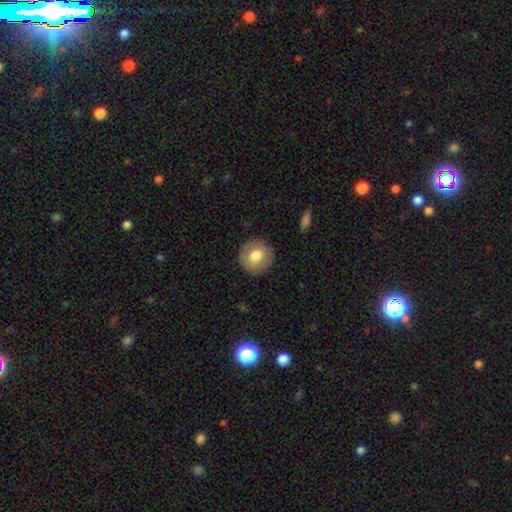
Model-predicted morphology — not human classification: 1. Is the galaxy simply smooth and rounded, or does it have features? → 76% smooth, 17% featured or disk, 7% star or artifact.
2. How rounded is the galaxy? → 94% round, 5% in between, 1% cigar-shaped.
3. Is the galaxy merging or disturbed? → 90% none, 7% minor disturbance, 2% major disturbance, 1% merger.